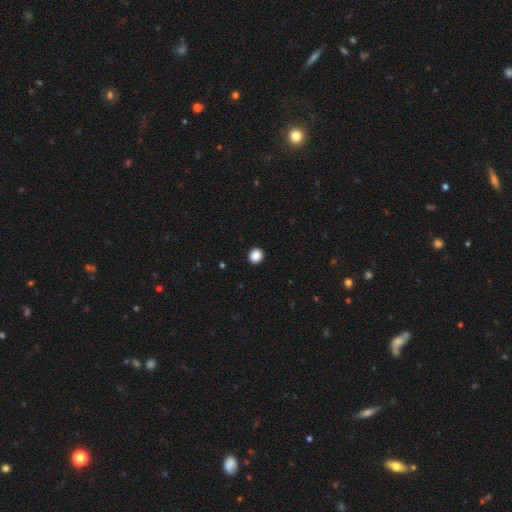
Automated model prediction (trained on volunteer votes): Smooth or featured? smooth (89%)
How rounded? round (76%)
Merging? none (92%)